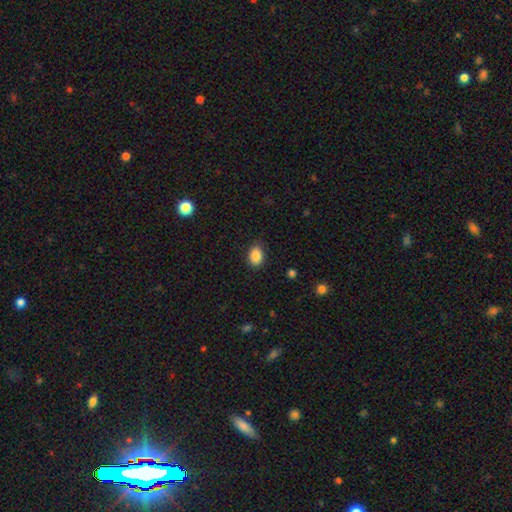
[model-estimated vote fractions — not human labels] Q: Smooth or featured?
A: smooth (86%); runner-up: star or artifact (9%)
Q: How rounded?
A: in between (74%); runner-up: round (25%)
Q: Merging?
A: none (84%); runner-up: minor disturbance (12%)